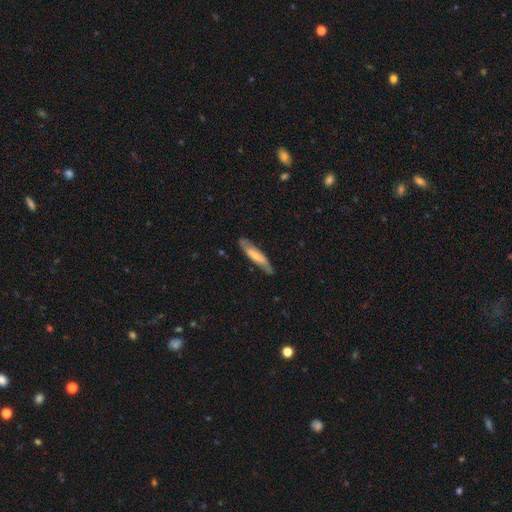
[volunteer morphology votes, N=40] This appears to be a featured or disk galaxy (57%) viewed edge-on (65%) with a rounded central bulge (60%). Merging: none (82%).